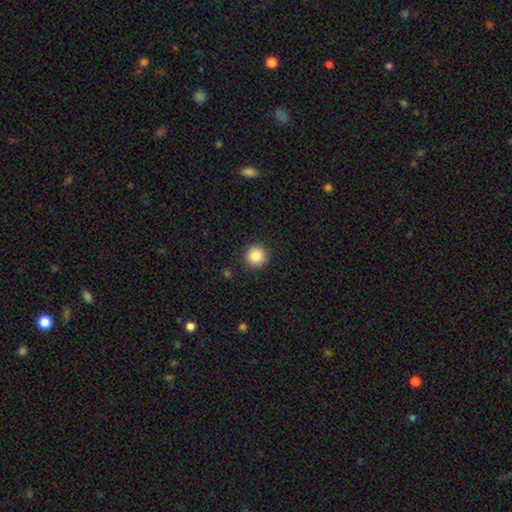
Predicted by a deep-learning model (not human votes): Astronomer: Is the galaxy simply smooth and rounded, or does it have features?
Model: smooth — 86%.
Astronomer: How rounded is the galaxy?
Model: round — 95%.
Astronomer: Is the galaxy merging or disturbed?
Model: none — 91%.